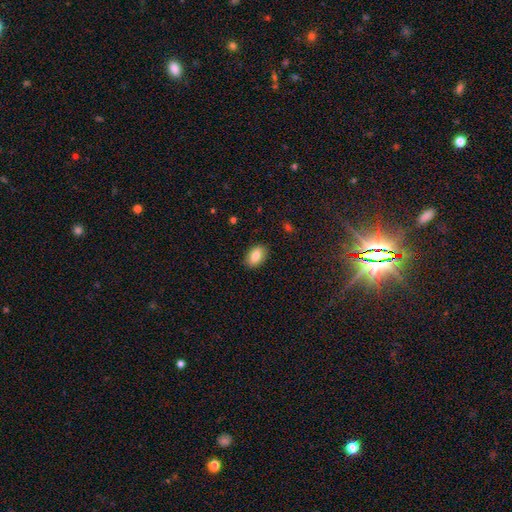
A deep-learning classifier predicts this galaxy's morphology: smooth 82%, featured or disk 10%, star or artifact 8%. Down the decision tree: how rounded — in between (89%); merging — none (88%).